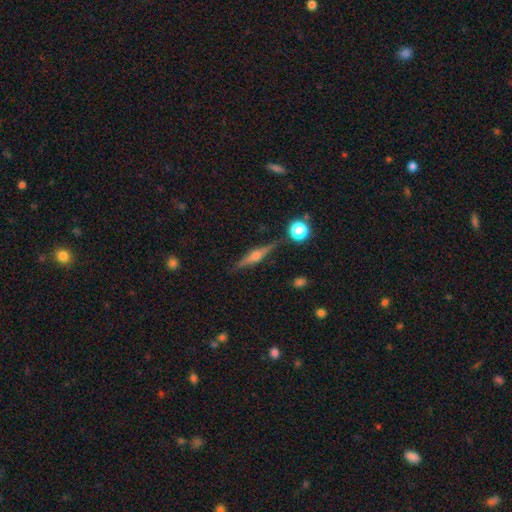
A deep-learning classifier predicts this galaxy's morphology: A featured or disk galaxy (77%) viewed edge-on (97%) with a rounded central bulge (91%).

Vote fractions:
- Smooth or featured? featured or disk: 77% / smooth: 15% / star or artifact: 8%
- Edge-on disk? yes: 97% / no: 3%
- Edge-on bulge? rounded: 91% / boxy: 6% / none: 3%
- Merging? none: 88% / minor disturbance: 8% / merger: 2% / major disturbance: 2%